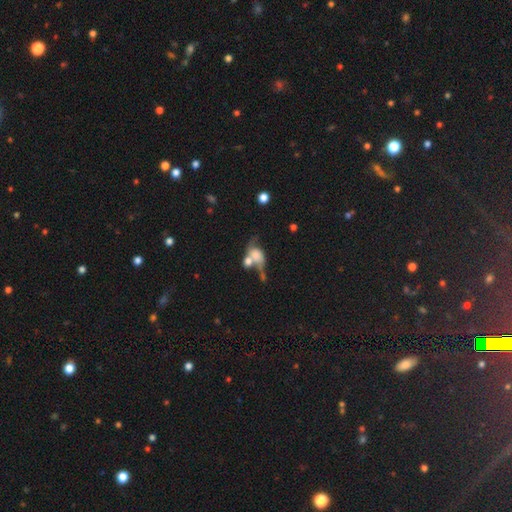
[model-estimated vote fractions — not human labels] smooth_or_featured: smooth (p=0.49) [alt: featured or disk p=0.41]
merging: merger (p=0.47) [alt: major disturbance p=0.21]